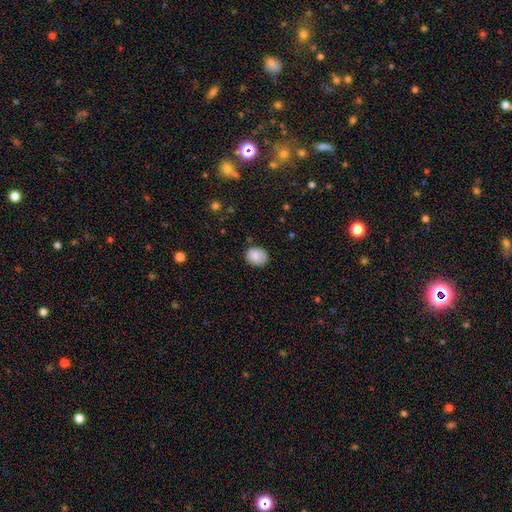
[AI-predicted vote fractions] Smooth or featured?
  - smooth: 86% *
  - star or artifact: 8%
  - featured or disk: 6%
How rounded?
  - round: 57% *
  - in between: 42%
  - cigar-shaped: 1%
Merging?
  - none: 76% *
  - minor disturbance: 19%
  - major disturbance: 3%
  - merger: 1%